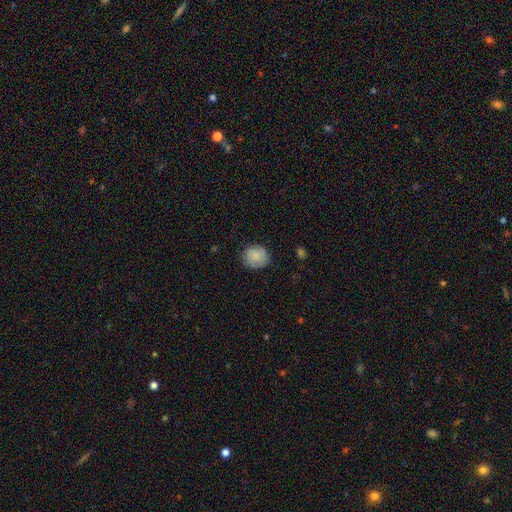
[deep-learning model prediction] A smooth galaxy with no disk features (75%) that is round (77%).

Vote fractions:
- Smooth or featured? smooth: 75% / featured or disk: 18% / star or artifact: 7%
- How rounded? round: 77% / in between: 22% / cigar-shaped: 1%
- Merging? none: 81% / minor disturbance: 15% / major disturbance: 4% / merger: 1%